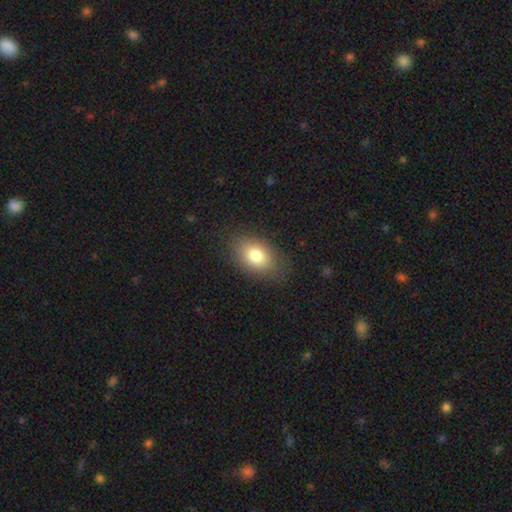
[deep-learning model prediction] A smooth galaxy with no disk features (80%) that is in between round and cigar-shaped (86%).

Vote fractions:
- Smooth or featured? smooth: 80% / featured or disk: 11% / star or artifact: 9%
- How rounded? in between: 86% / round: 13% / cigar-shaped: 2%
- Merging? none: 82% / minor disturbance: 12% / major disturbance: 4% / merger: 1%